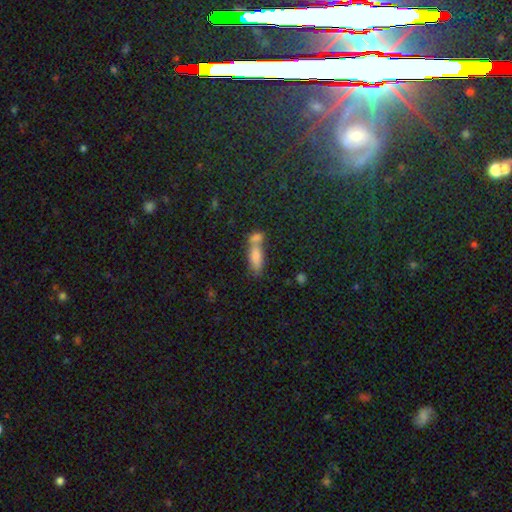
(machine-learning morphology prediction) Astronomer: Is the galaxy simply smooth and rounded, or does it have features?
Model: smooth — 74%.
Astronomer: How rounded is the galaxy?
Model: in between — 62%.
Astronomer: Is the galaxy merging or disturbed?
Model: merger — 51% (runner-up: none, 32%).